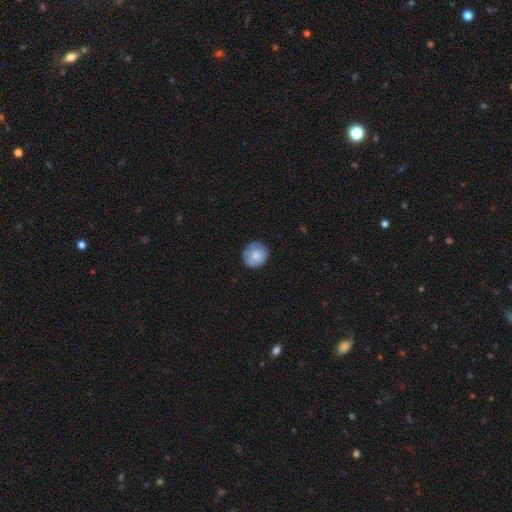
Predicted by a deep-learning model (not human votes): Smooth or featured?
  - smooth: 75% *
  - featured or disk: 18%
  - star or artifact: 7%
How rounded?
  - round: 89% *
  - in between: 10%
  - cigar-shaped: 1%
Merging?
  - none: 77% *
  - minor disturbance: 17%
  - major disturbance: 4%
  - merger: 1%